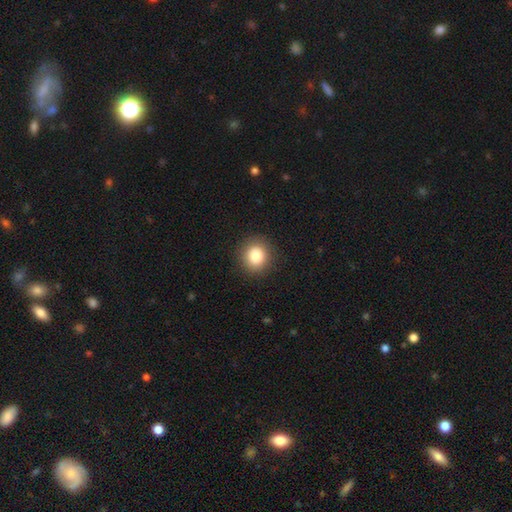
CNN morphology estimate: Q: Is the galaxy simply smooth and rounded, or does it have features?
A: smooth — 84%.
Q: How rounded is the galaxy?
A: round — 88%.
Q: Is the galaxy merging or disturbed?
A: none — 91%.